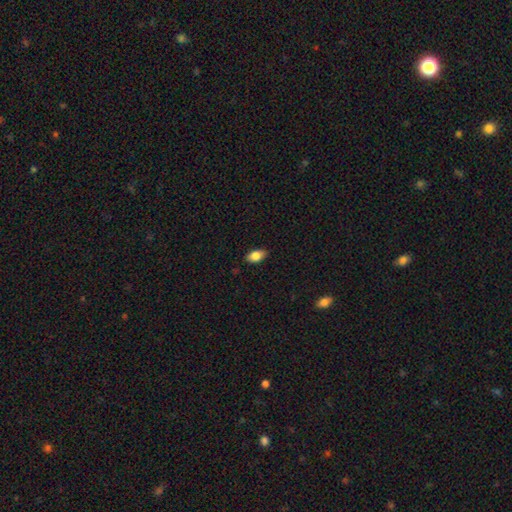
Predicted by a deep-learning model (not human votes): Smooth or featured? Predicted: smooth (p=0.84). How rounded? Predicted: in between (p=0.90). Merging? Predicted: none (p=0.86).